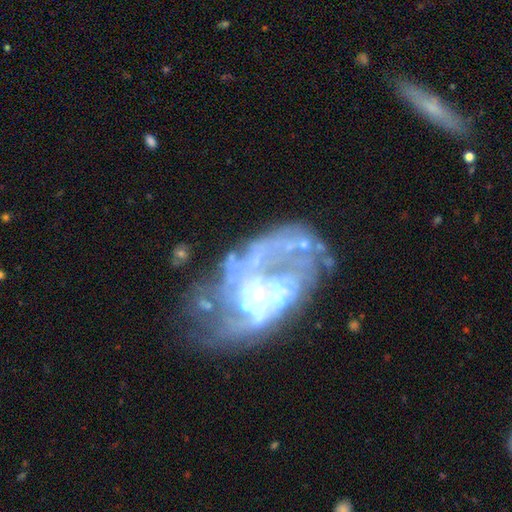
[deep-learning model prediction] A featured or disk galaxy (80%) with no bar (82%), no spiral arms (55%) and no central bulge (50%).

Vote fractions:
- Smooth or featured? featured or disk: 80% / smooth: 11% / star or artifact: 10%
- Edge-on disk? no: 98% / yes: 2%
- Bar? no: 82% / weak: 14% / strong: 4%
- Spiral arms? no: 55% / yes: 45%
- Bulge size? none: 50% / small: 30% / moderate: 15% / large: 3% / dominant: 2%
- Merging? none: 38% / major disturbance: 31% / minor disturbance: 19% / merger: 13%